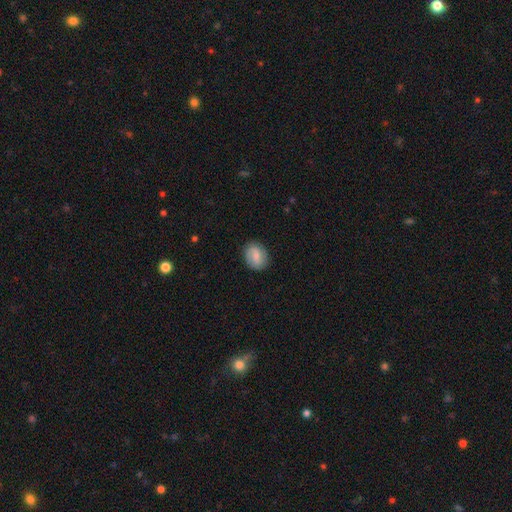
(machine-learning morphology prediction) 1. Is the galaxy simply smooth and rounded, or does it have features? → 60% smooth, 33% featured or disk, 7% star or artifact.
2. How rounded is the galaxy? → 57% in between, 41% round, 2% cigar-shaped.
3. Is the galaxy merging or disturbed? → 85% none, 11% minor disturbance, 3% major disturbance, 1% merger.